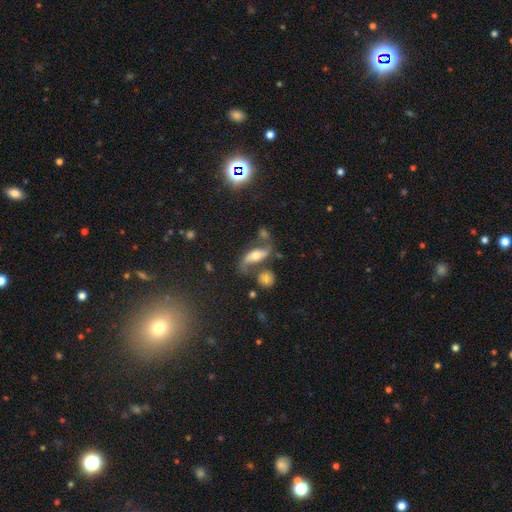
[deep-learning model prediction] Smooth or featured: featured or disk — 71% (smooth — 20%)
Edge-on disk: no — 85% (yes — 15%)
Bar: no — 48% (weak — 29%)
Spiral arms: yes — 88% (no — 12%)
Spiral winding: loose — 76% (medium — 18%)
Spiral arm count: 2 — 91% (can't tell — 3%)
Bulge size: moderate — 63% (small — 19%)
Merging: none — 54% (minor disturbance — 18%)